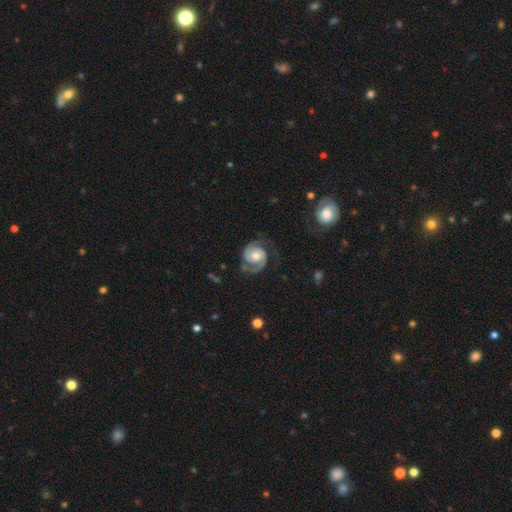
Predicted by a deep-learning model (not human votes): Overall: featured or disk (85%). Edge-on disk: no (98%). Bar: no (69%). Spiral arms: yes (97%). Spiral arm count: 2 (81%). Spiral winding: tight (44%; medium 42%). Bulge size: moderate (62%; small 29%). Merging: none (66%).